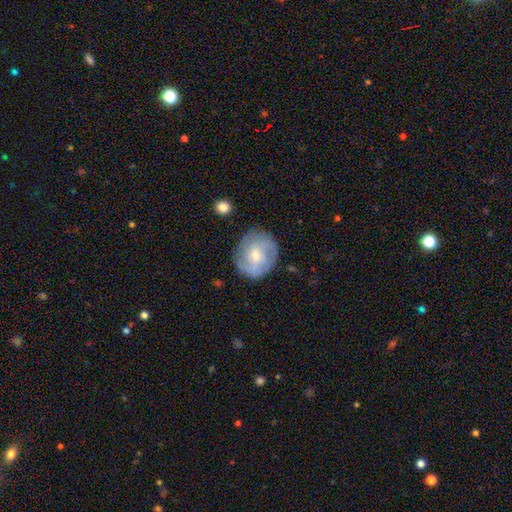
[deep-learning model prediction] This appears to be a featured or disk galaxy (61%) with no bar (51%), spiral arms (79%) and a small central bulge (54%). Merging: none (78%).